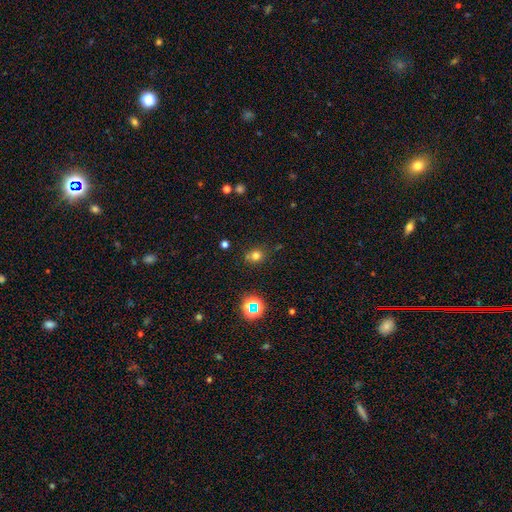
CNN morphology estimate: Smooth or featured? Predicted: smooth (p=0.70). How rounded? Predicted: round (p=0.80). Merging? Predicted: none (p=0.73).